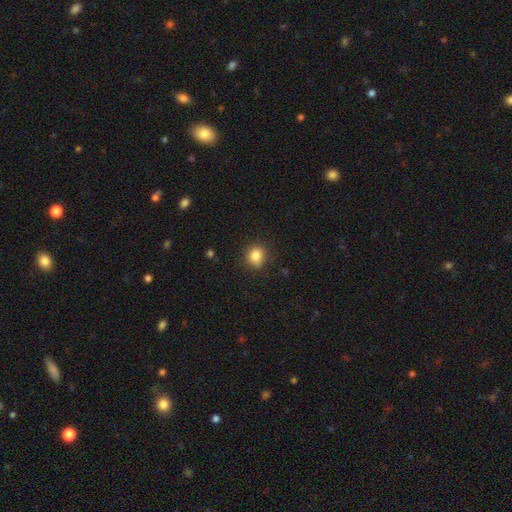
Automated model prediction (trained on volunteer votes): Q: Smooth or featured?
A: smooth (85%); runner-up: star or artifact (10%)
Q: How rounded?
A: round (73%); runner-up: in between (26%)
Q: Merging?
A: none (80%); runner-up: minor disturbance (15%)